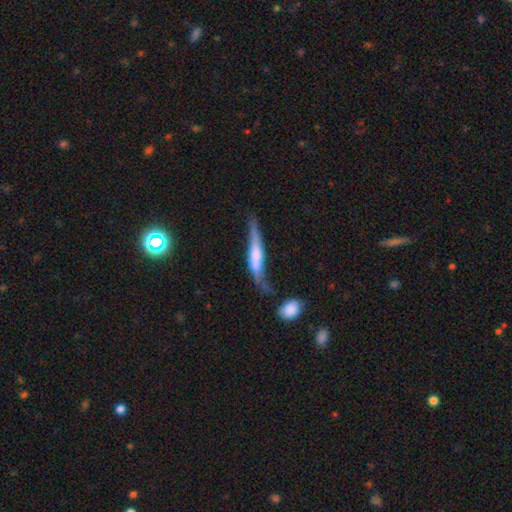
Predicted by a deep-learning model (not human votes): This appears to be a featured or disk galaxy (56%) viewed edge-on (80%). Merging: none (42%).